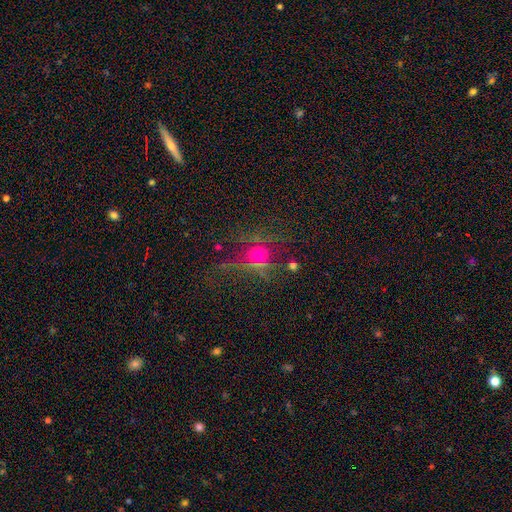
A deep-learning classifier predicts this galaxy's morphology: Smooth or featured? Predicted: smooth (p=0.44). Merging? Predicted: none (p=0.74).